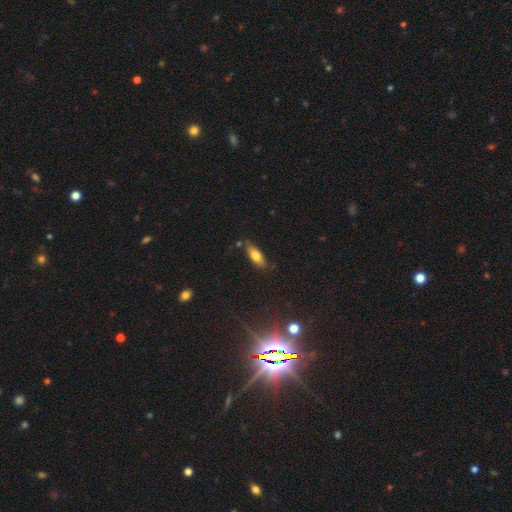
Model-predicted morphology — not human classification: Overall: smooth (72%). How rounded: in between (68%; cigar-shaped 29%). Merging: none (77%).